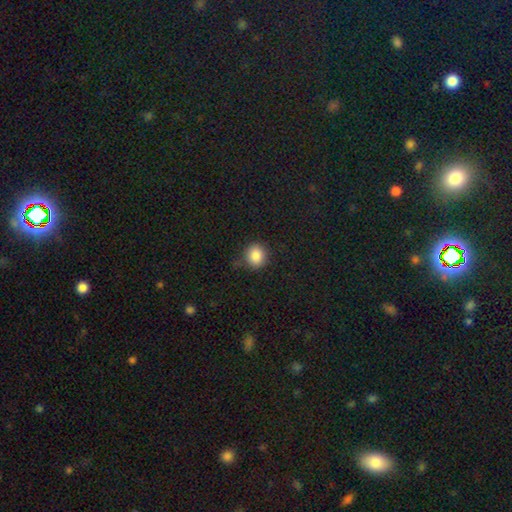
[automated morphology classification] A smooth galaxy with no disk features (86%) that is round (79%).

Vote fractions:
- Smooth or featured? smooth: 86% / star or artifact: 10% / featured or disk: 5%
- How rounded? round: 79% / in between: 20% / cigar-shaped: 1%
- Merging? none: 80% / minor disturbance: 14% / major disturbance: 4% / merger: 2%